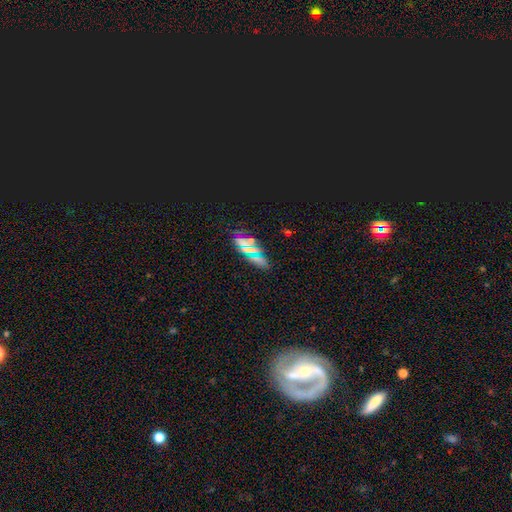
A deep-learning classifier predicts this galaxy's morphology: smooth-or-featured: smooth: 56% | star or artifact: 30% | featured or disk: 14%
  how-rounded: in between: 76% | cigar-shaped: 15% | round: 9%
  merging: none: 74% | minor disturbance: 16% | major disturbance: 6% | merger: 5%